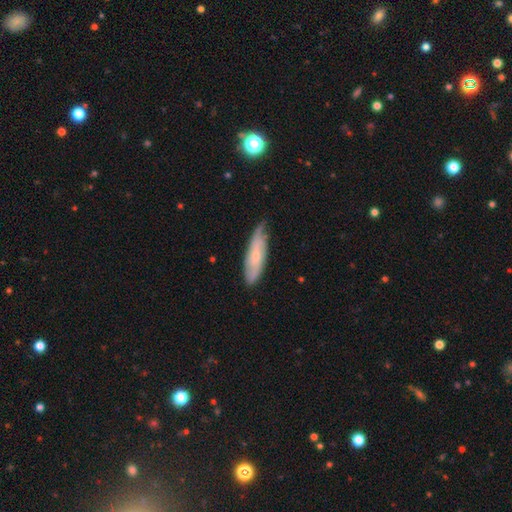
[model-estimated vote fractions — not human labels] Overall: featured or disk (48%; smooth 45%). Merging: none (63%; minor disturbance 29%).